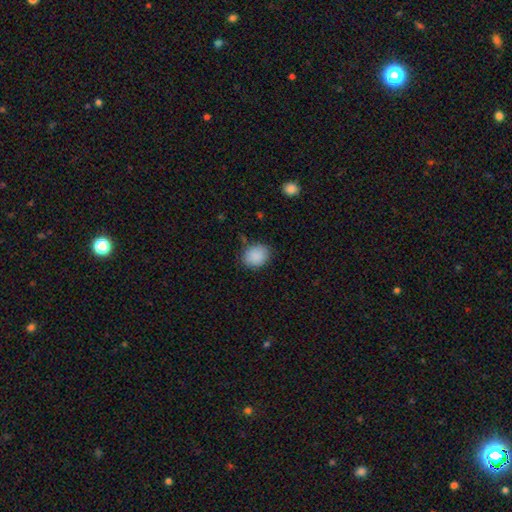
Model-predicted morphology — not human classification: Smooth or featured? smooth (89%)
How rounded? round (53%)
Merging? none (80%)